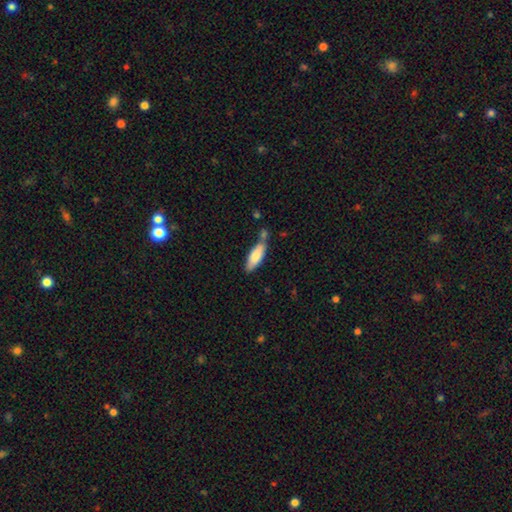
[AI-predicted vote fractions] smooth 79%, featured or disk 15%, star or artifact 6%. Down the decision tree: how rounded — in between (57%); merging — none (53%).